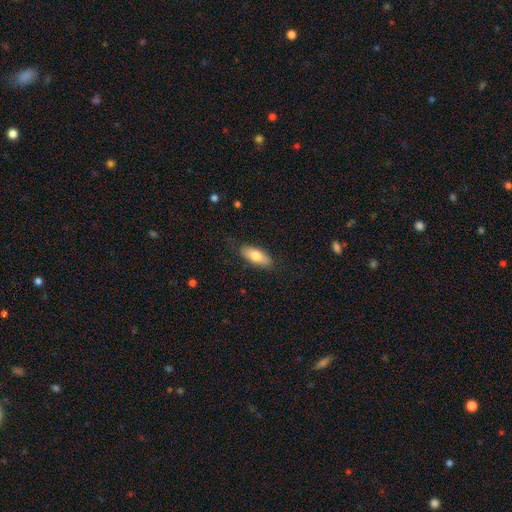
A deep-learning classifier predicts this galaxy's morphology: The model was most divided on "how rounded": in between: 78%, cigar-shaped: 20%, round: 2%. More confident: merging — none (83%); smooth or featured — smooth (76%).